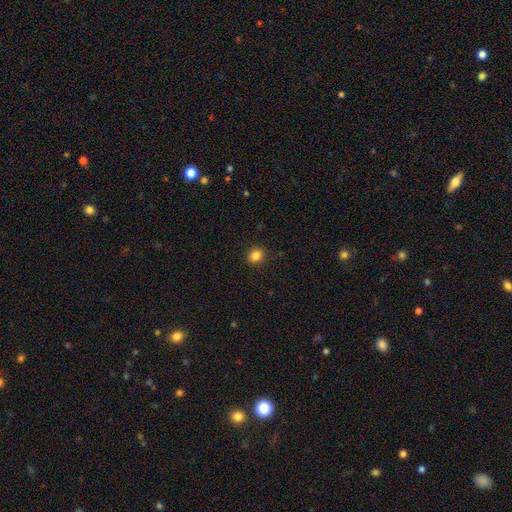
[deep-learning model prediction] A smooth galaxy with no disk features (85%) that is round (81%). Merging: none (91%).